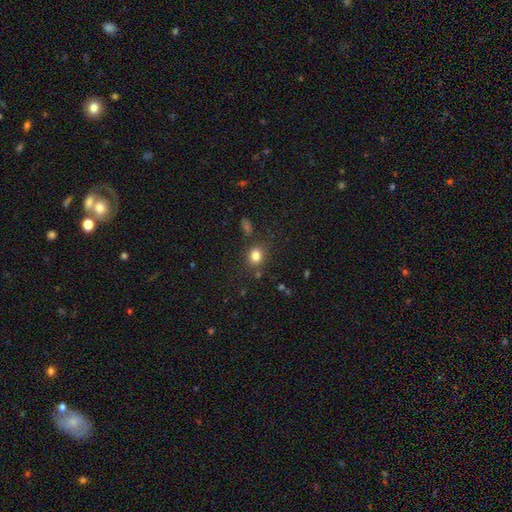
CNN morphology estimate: Smooth or featured? smooth (81%)
How rounded? round (61%)
Merging? none (78%)